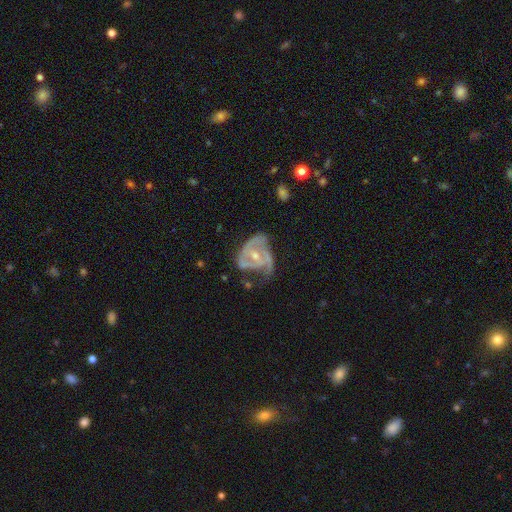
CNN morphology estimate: Smooth or featured: featured or disk — 83% (smooth — 11%)
Edge-on disk: no — 97% (yes — 3%)
Bar: no — 58% (weak — 31%)
Spiral arms: yes — 85% (no — 15%)
Spiral winding: medium — 42% (tight — 37%)
Spiral arm count: 2 — 38% (3 — 26%)
Bulge size: moderate — 49% (small — 47%)
Merging: major disturbance — 37% (none — 31%)